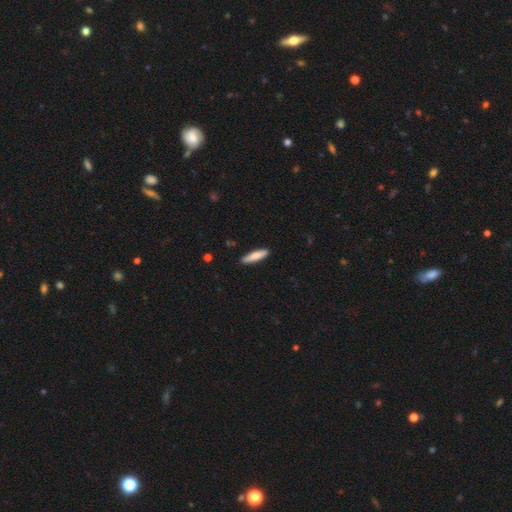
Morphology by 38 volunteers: This is clearly a smooth galaxy (87%). How rounded: likely cigar-shaped (79%). Merging: clearly none (89%).